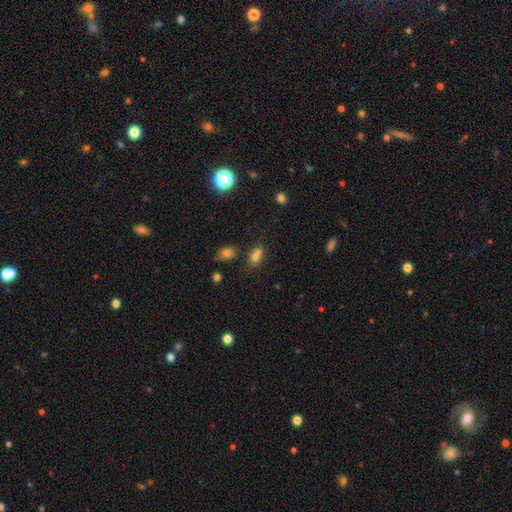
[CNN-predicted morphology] A smooth galaxy with no disk features (69%) that is in between round and cigar-shaped (57%). Merging: merger (50%).